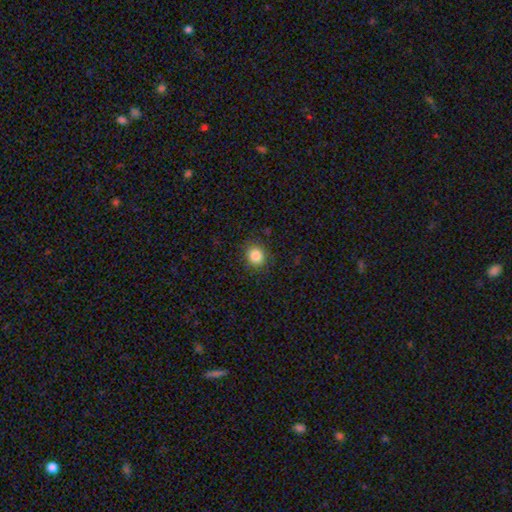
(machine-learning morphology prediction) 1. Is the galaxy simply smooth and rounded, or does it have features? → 85% smooth, 10% star or artifact, 5% featured or disk.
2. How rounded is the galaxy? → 76% round, 23% in between, 1% cigar-shaped.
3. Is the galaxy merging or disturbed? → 88% none, 8% minor disturbance, 3% major disturbance, 1% merger.